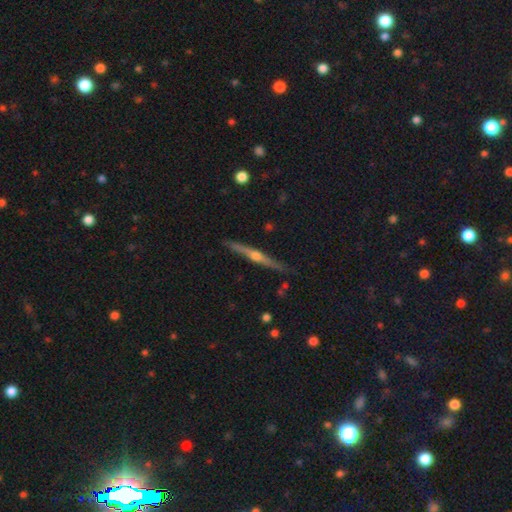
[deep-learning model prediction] Q: Smooth or featured?
A: featured or disk (81%); runner-up: smooth (13%)
Q: Edge-on disk?
A: yes (98%); runner-up: no (2%)
Q: Edge-on bulge?
A: rounded (92%); runner-up: none (5%)
Q: Merging?
A: none (89%); runner-up: minor disturbance (8%)